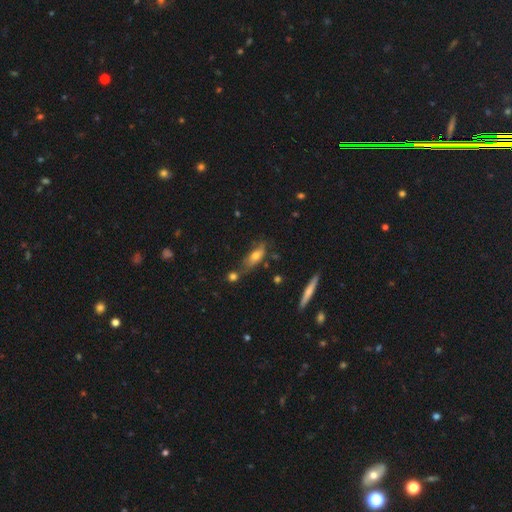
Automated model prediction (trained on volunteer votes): Smooth or featured: smooth — 57% (featured or disk — 34%)
How rounded: in between — 66% (cigar-shaped — 31%)
Merging: none — 53% (minor disturbance — 26%)